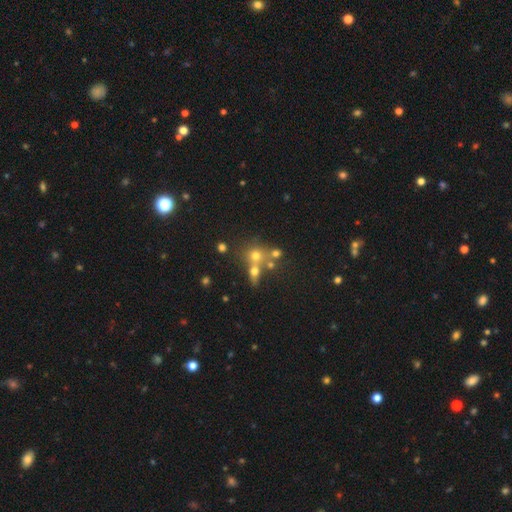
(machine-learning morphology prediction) This is likely a smooth galaxy (61%). How rounded: likely round (78%). Merging: marginally merger (44%).